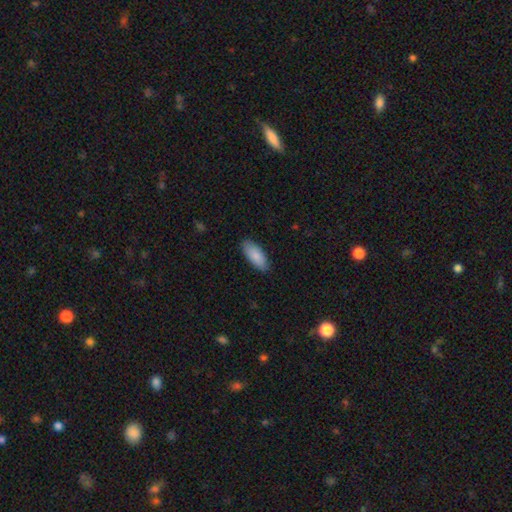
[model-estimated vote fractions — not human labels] smooth_or_featured: smooth (p=0.88) [alt: featured or disk p=0.06]
how_rounded: in between (p=0.84) [alt: cigar-shaped p=0.14]
merging: none (p=0.87) [alt: minor disturbance p=0.10]